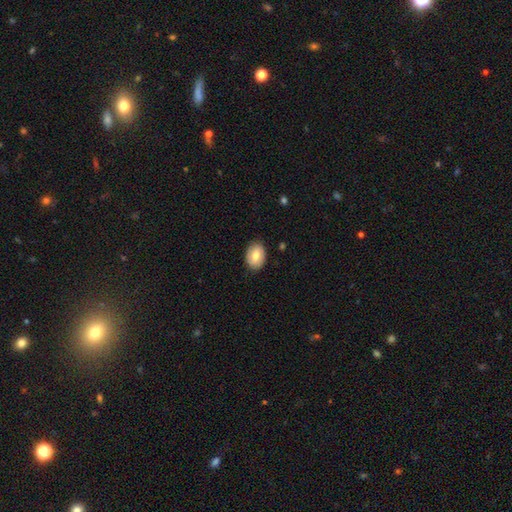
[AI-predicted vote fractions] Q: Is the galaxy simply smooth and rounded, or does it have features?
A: smooth — 75%.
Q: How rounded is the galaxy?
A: in between — 72%.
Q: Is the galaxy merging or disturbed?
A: none — 86%.